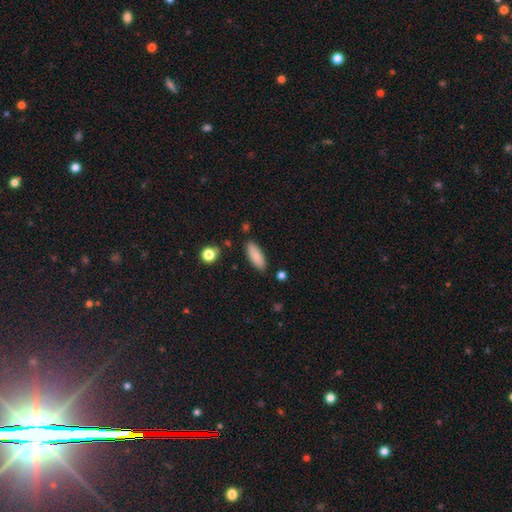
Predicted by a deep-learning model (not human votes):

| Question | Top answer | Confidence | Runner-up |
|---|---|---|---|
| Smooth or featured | smooth | 86% | featured or disk (7%) |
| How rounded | in between | 69% | cigar-shaped (29%) |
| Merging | none | 85% | minor disturbance (10%) |